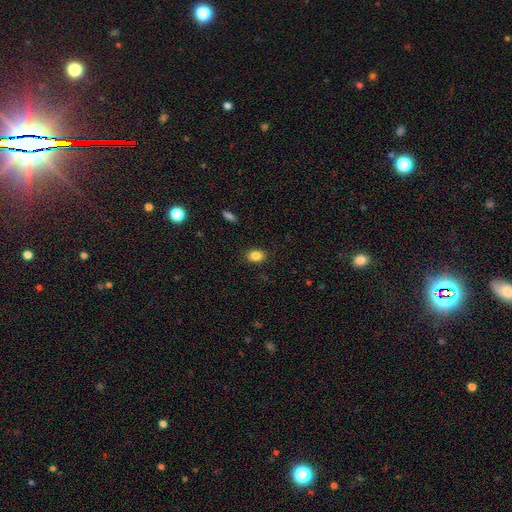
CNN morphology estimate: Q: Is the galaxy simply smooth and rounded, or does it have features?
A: smooth — 85%.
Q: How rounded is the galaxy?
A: in between — 72%.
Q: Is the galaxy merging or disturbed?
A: none — 87%.